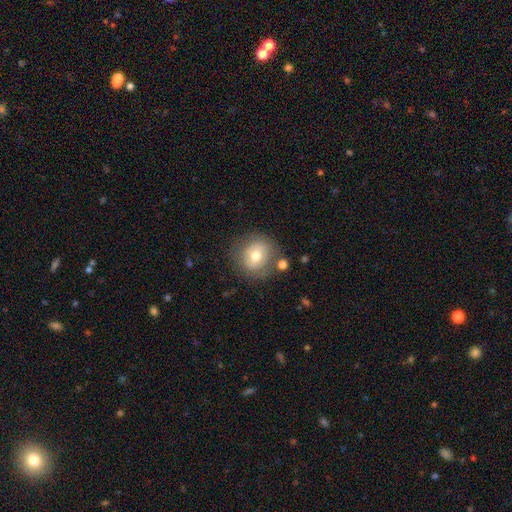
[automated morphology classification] Smooth or featured: smooth — 60% (featured or disk — 31%)
How rounded: round — 84% (in between — 15%)
Merging: none — 72% (minor disturbance — 15%)